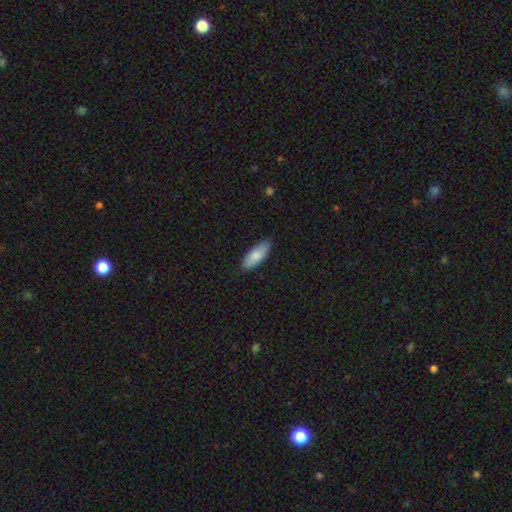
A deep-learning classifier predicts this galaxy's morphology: This is clearly a smooth galaxy (82%). How rounded: likely in between (75%). Merging: clearly none (84%).